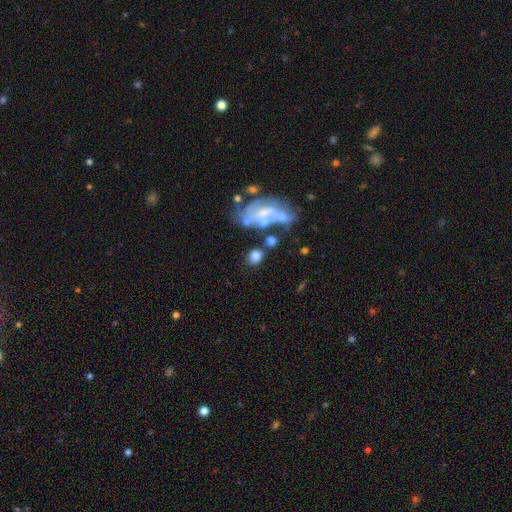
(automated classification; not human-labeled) The model was most divided on "how rounded": round: 56%, in between: 41%, cigar-shaped: 3%. More confident: smooth or featured — smooth (67%); merging — none (53%).